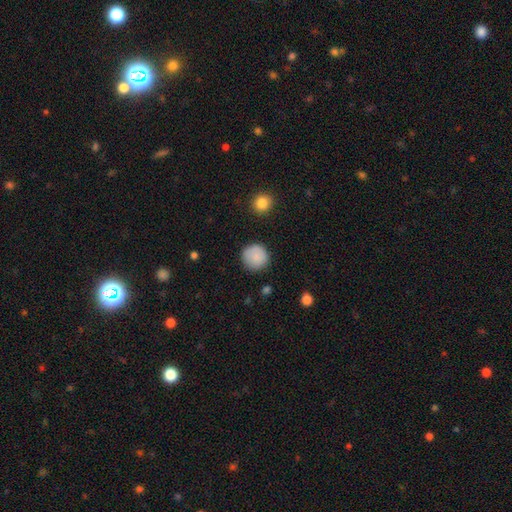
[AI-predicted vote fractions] Smooth or featured: smooth — 88% (star or artifact — 8%)
How rounded: round — 94% (in between — 5%)
Merging: none — 88% (minor disturbance — 9%)